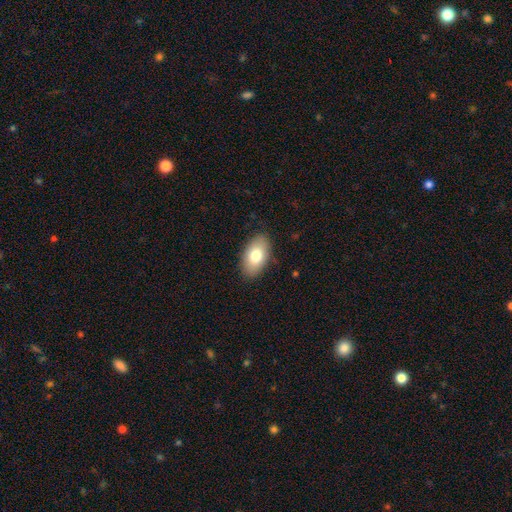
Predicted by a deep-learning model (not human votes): Q: Smooth or featured?
A: smooth (78%); runner-up: featured or disk (15%)
Q: How rounded?
A: in between (94%); runner-up: round (4%)
Q: Merging?
A: none (87%); runner-up: minor disturbance (10%)